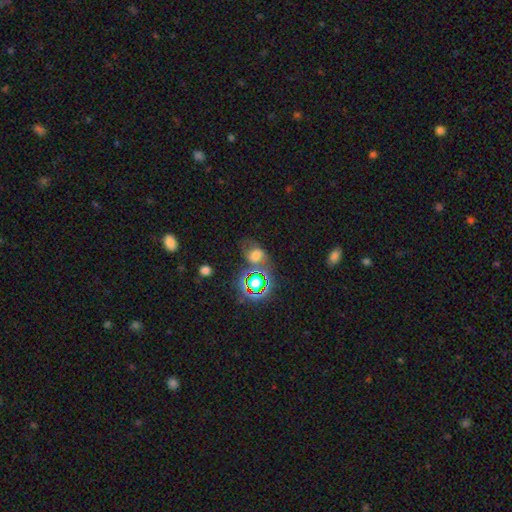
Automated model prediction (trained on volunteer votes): Smooth or featured?
  - smooth: 50% *
  - star or artifact: 28%
  - featured or disk: 22%
Merging?
  - none: 50% *
  - minor disturbance: 22%
  - major disturbance: 16%
  - merger: 13%